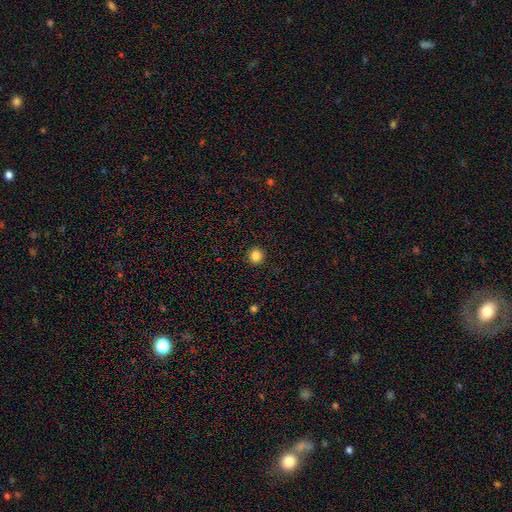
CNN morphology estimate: Smooth or featured: smooth — 85% (star or artifact — 11%)
How rounded: round — 95% (in between — 4%)
Merging: none — 93% (minor disturbance — 5%)